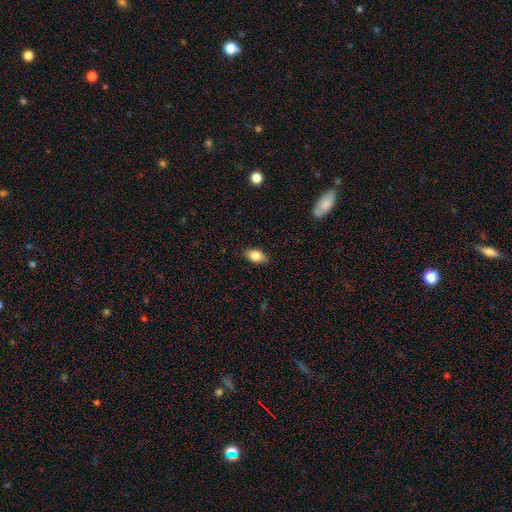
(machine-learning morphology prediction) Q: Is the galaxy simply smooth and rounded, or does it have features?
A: smooth — 81%.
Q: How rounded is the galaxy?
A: in between — 86%.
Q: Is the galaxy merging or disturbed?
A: none — 86%.